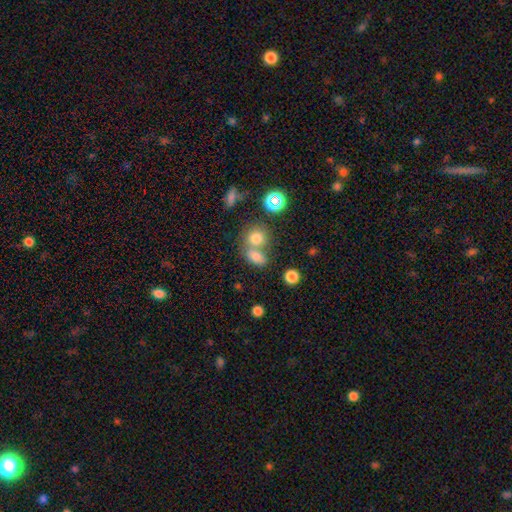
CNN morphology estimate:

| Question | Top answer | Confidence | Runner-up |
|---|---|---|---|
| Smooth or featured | smooth | 73% | star or artifact (14%) |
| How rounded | in between | 67% | round (30%) |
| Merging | merger | 48% | none (40%) |